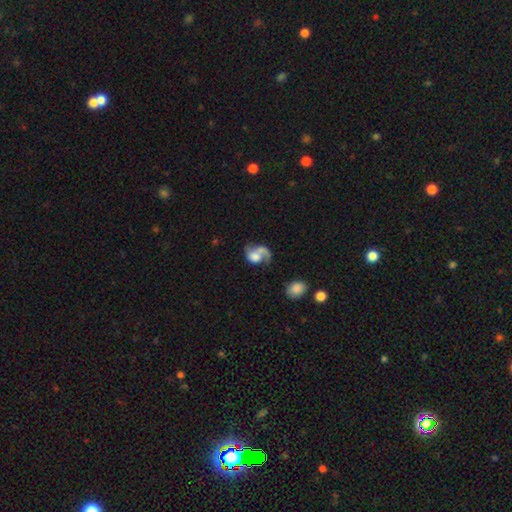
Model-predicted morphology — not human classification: featured or disk 53%, smooth 38%, star or artifact 9%. Down the decision tree: edge-on disk — no (98%); bar — no (76%); spiral arms — yes (71%); bulge size — large (27%); merging — major disturbance (35%).